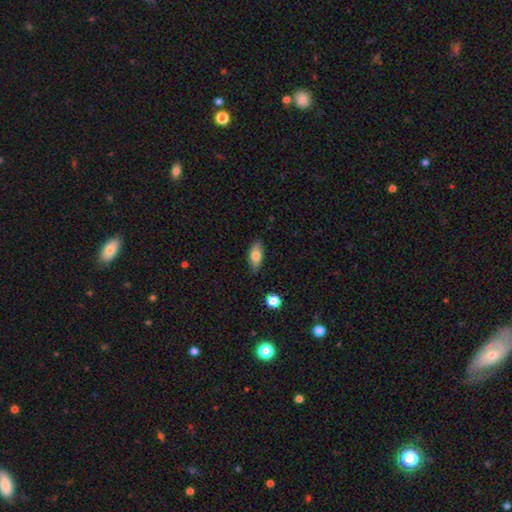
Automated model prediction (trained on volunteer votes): Smooth or featured: smooth — 73% (featured or disk — 19%)
How rounded: in between — 82% (cigar-shaped — 14%)
Merging: none — 83% (minor disturbance — 13%)